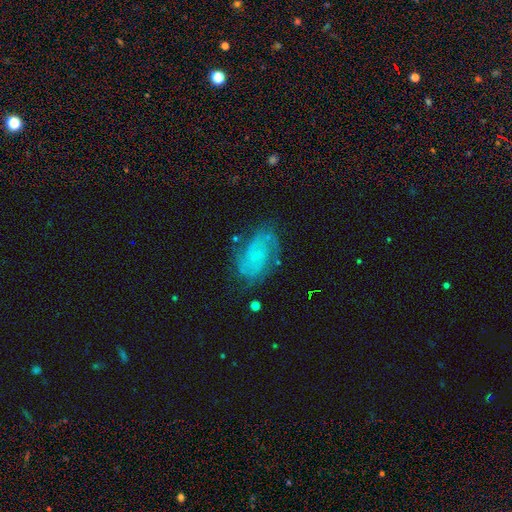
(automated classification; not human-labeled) A featured or disk galaxy (72%) with no bar (66%), 2 (62%) medium (43%) spiral arms (91%) and no central bulge (46%).

Vote fractions:
- Smooth or featured? featured or disk: 72% / smooth: 19% / star or artifact: 8%
- Edge-on disk? no: 97% / yes: 3%
- Bar? no: 66% / weak: 29% / strong: 5%
- Spiral arms? yes: 91% / no: 9%
- Spiral winding? medium: 43% / tight: 40% / loose: 17%
- Spiral arm count? 2: 62% / can't tell: 19% / 3: 9% / 1: 4% / 4: 3% / more than 4: 3%
- Bulge size? none: 46% / small: 43% / moderate: 8% / large: 2% / dominant: 1%
- Merging? none: 69% / minor disturbance: 19% / major disturbance: 9% / merger: 2%